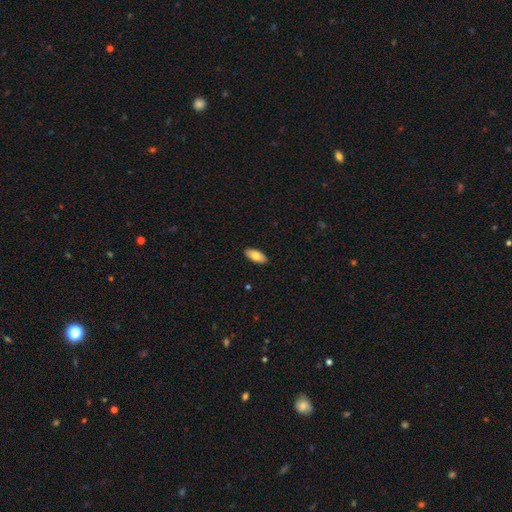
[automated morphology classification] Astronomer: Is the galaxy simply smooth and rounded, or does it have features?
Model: smooth — 79%.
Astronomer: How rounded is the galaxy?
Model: in between — 89%.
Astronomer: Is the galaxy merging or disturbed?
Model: none — 90%.